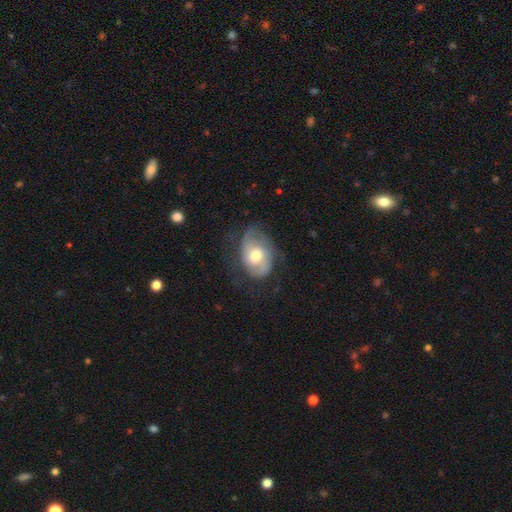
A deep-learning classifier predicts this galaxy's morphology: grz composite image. It shows a featured or disk galaxy (57%) with no bar (65%), spiral arms (79%) and a moderate central bulge (70%). Merging: none (52%).